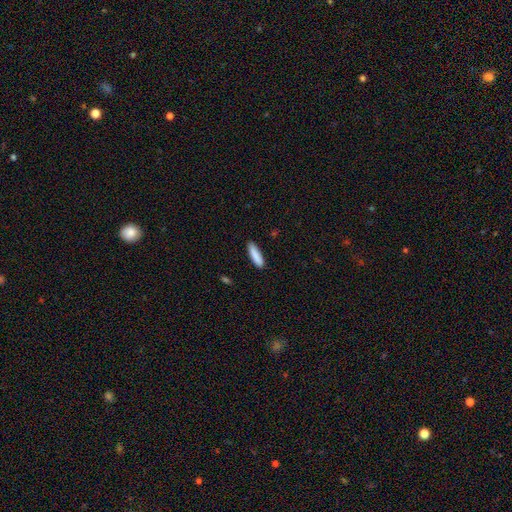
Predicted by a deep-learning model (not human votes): The model was most divided on "how rounded": cigar-shaped: 72%, in between: 27%, round: 1%. More confident: merging — none (89%); smooth or featured — smooth (88%).